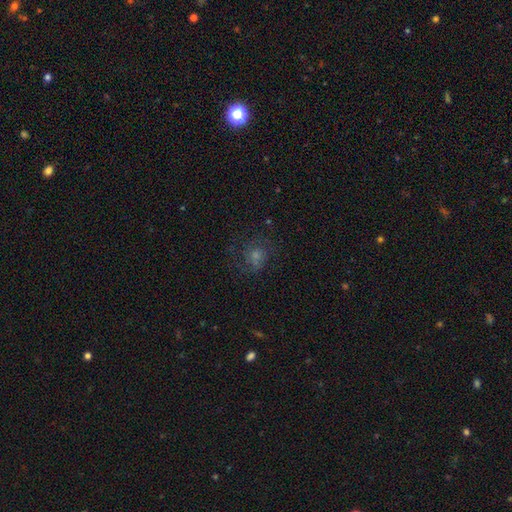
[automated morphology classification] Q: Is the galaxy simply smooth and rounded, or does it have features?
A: featured or disk — 45%.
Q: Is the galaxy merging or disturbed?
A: none — 69%.